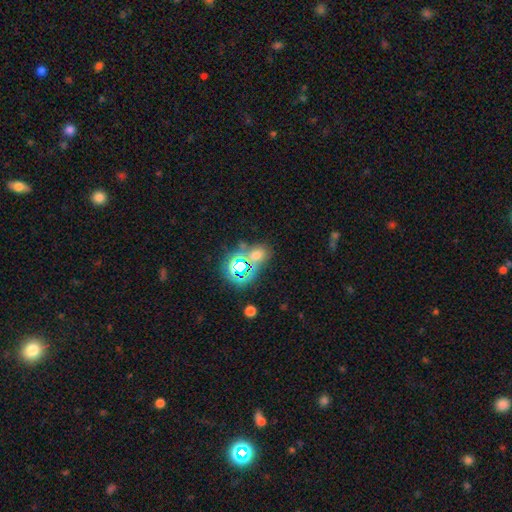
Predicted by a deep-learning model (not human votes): Smooth or featured: smooth — 46% (star or artifact — 44%)
Merging: none — 59% (merger — 23%)